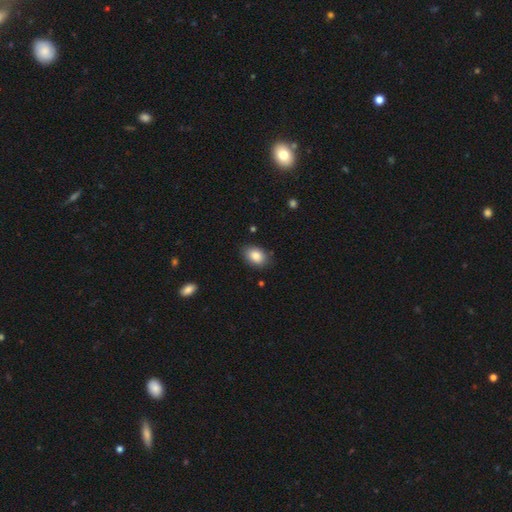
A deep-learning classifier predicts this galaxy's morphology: Smooth or featured: smooth — 86% (star or artifact — 8%)
How rounded: in between — 82% (round — 17%)
Merging: none — 82% (minor disturbance — 14%)